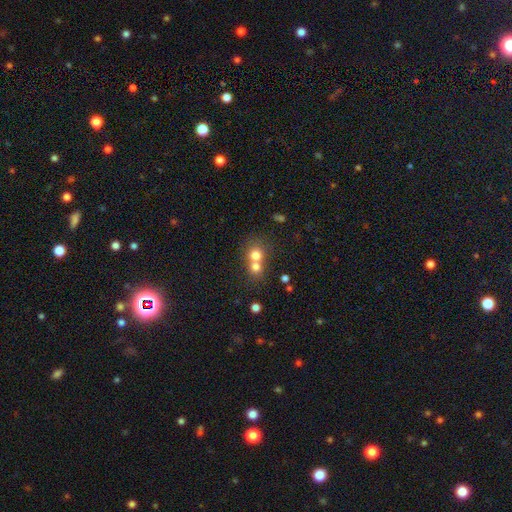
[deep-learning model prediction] Smooth or featured?
  - smooth: 73% *
  - featured or disk: 14%
  - star or artifact: 12%
How rounded?
  - round: 81% *
  - in between: 18%
  - cigar-shaped: 1%
Merging?
  - merger: 62% *
  - none: 31%
  - minor disturbance: 5%
  - major disturbance: 3%